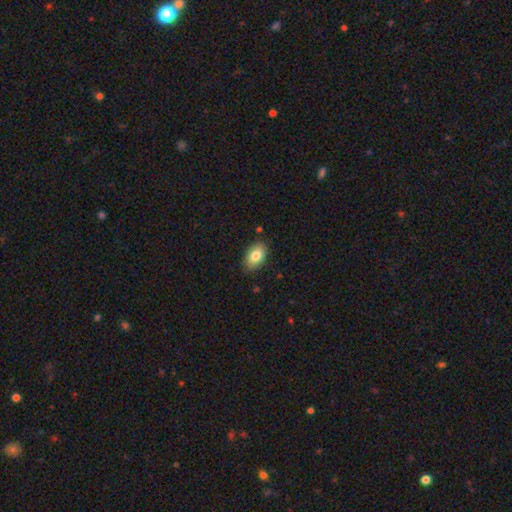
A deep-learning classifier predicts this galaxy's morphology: type=smooth (82%); roundness=in between (91%); merging=none (84%).